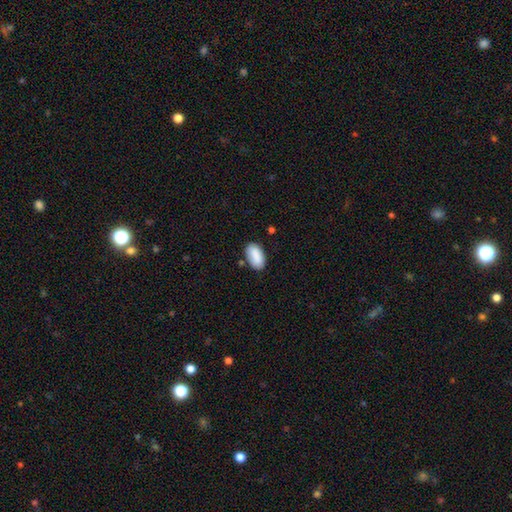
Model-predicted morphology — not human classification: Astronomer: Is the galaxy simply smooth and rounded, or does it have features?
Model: smooth — 89%.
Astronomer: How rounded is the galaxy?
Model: in between — 95%.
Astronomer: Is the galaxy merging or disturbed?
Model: none — 79%.